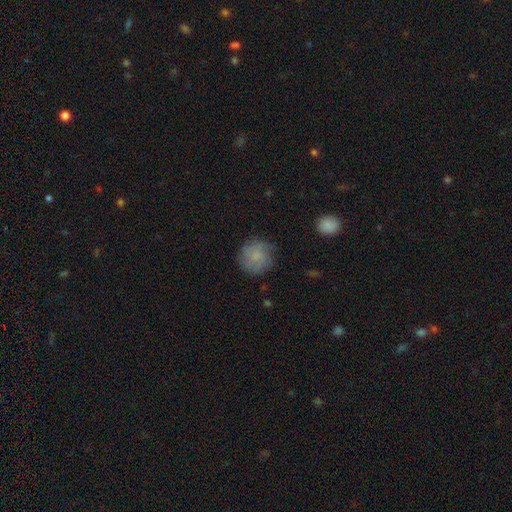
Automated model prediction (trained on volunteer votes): Smooth or featured? Predicted: smooth (p=0.73). How rounded? Predicted: round (p=0.91). Merging? Predicted: none (p=0.77).